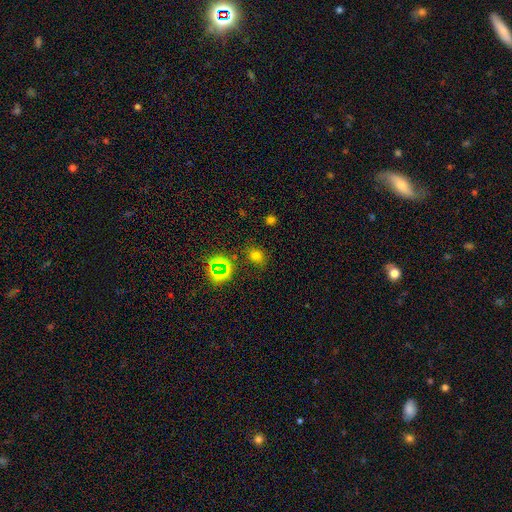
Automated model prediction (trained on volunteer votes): Q: Smooth or featured?
A: smooth (65%); runner-up: star or artifact (28%)
Q: How rounded?
A: round (62%); runner-up: in between (37%)
Q: Merging?
A: none (78%); runner-up: minor disturbance (14%)